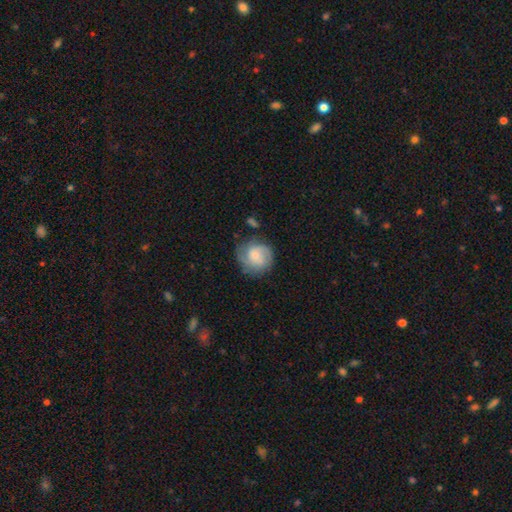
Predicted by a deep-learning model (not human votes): Q: Smooth or featured?
A: smooth (49%); runner-up: featured or disk (43%)
Q: Merging?
A: none (67%); runner-up: minor disturbance (21%)